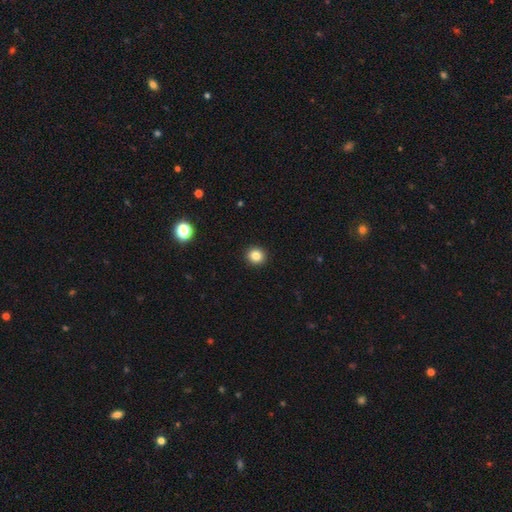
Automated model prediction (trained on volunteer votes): Smooth or featured? smooth (84%)
How rounded? round (90%)
Merging? none (93%)